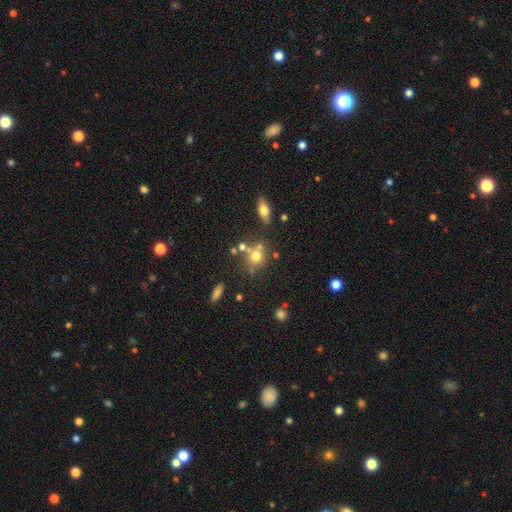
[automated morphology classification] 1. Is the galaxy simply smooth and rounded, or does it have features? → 67% smooth, 18% featured or disk, 15% star or artifact.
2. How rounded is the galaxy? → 77% round, 21% in between, 2% cigar-shaped.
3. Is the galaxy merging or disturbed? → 55% none, 27% merger, 13% minor disturbance, 5% major disturbance.